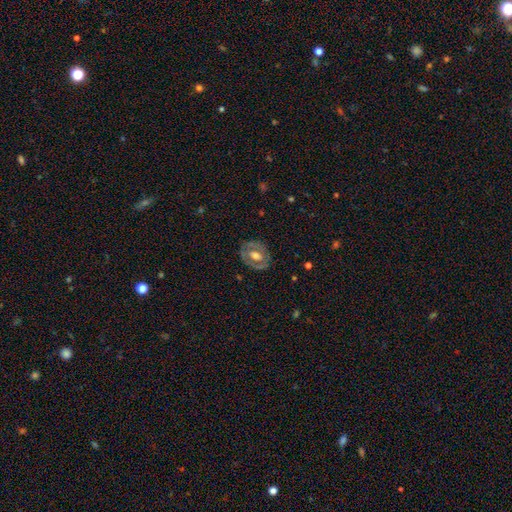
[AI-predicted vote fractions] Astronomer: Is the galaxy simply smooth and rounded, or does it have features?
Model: featured or disk — 56% (runner-up: smooth, 38%).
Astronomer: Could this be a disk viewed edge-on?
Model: no — 94%.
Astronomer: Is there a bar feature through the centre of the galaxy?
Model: no — 61%.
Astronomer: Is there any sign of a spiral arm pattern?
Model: no — 76%.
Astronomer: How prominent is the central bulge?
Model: moderate — 59%.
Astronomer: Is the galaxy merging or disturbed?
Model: none — 77%.